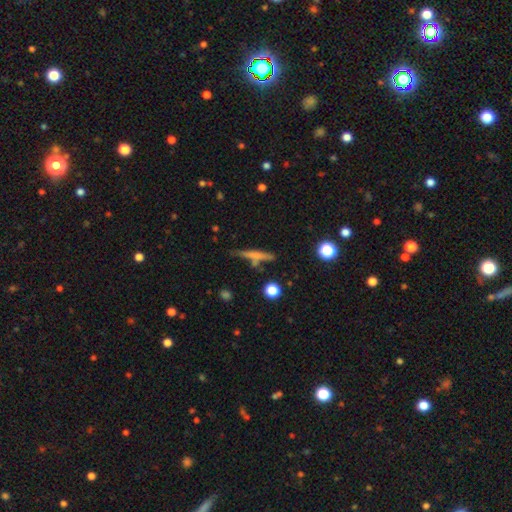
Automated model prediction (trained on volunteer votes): Smooth or featured? smooth (54%)
How rounded? cigar-shaped (88%)
Merging? none (70%)